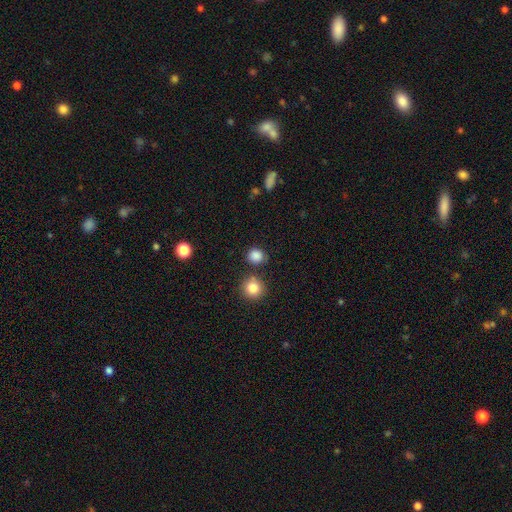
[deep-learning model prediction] smooth_or_featured: smooth (p=0.85) [alt: star or artifact p=0.12]
how_rounded: round (p=0.87) [alt: in between p=0.12]
merging: none (p=0.82) [alt: minor disturbance p=0.09]